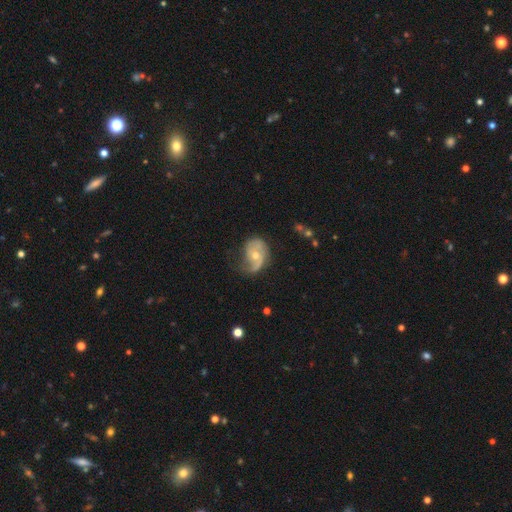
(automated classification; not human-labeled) Overall: featured or disk (70%). Edge-on disk: no (97%). Bar: no (70%). Spiral arms: yes (86%). Spiral arm count: 2 (53%; 1 30%). Spiral winding: loose (41%; medium 38%). Bulge size: moderate (54%; small 42%). Merging: none (43%; minor disturbance 31%).